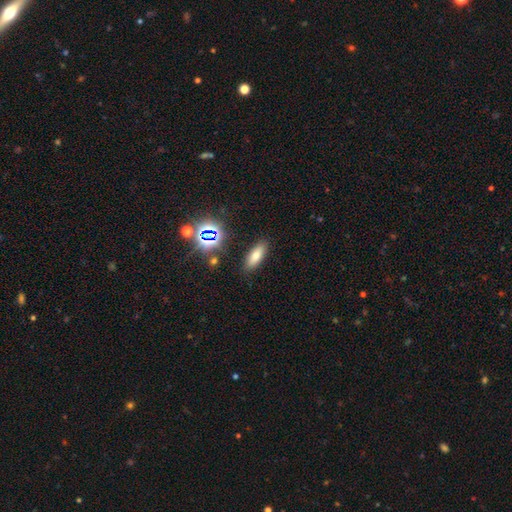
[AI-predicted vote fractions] Morphology: type=smooth (70%); roundness=in between (68%); merging=none (87%).